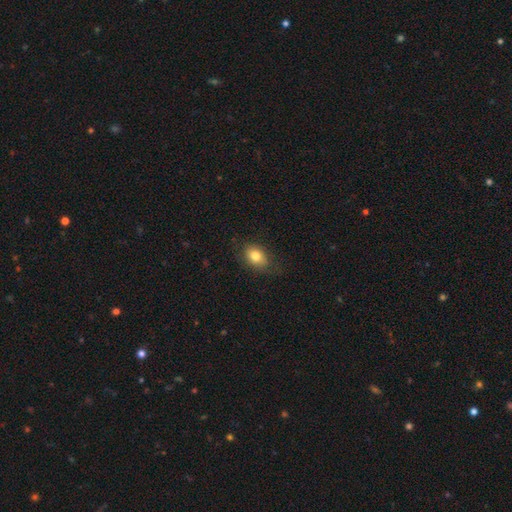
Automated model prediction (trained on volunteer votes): Smooth or featured?
  - smooth: 79% *
  - featured or disk: 12%
  - star or artifact: 9%
How rounded?
  - in between: 74% *
  - round: 25%
  - cigar-shaped: 1%
Merging?
  - none: 74% *
  - minor disturbance: 19%
  - major disturbance: 6%
  - merger: 1%